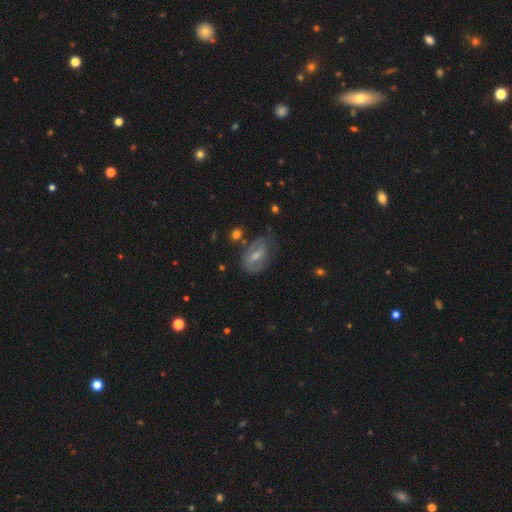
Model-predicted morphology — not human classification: smooth_or_featured: featured or disk (p=0.54) [alt: smooth p=0.37]
disk_edge_on: no (p=0.92) [alt: yes p=0.08]
bar: weak (p=0.49) [alt: no p=0.26]
has_spiral_arms: yes (p=0.57) [alt: no p=0.43]
bulge_size: moderate (p=0.46) [alt: small p=0.40]
merging: none (p=0.56) [alt: minor disturbance p=0.26]